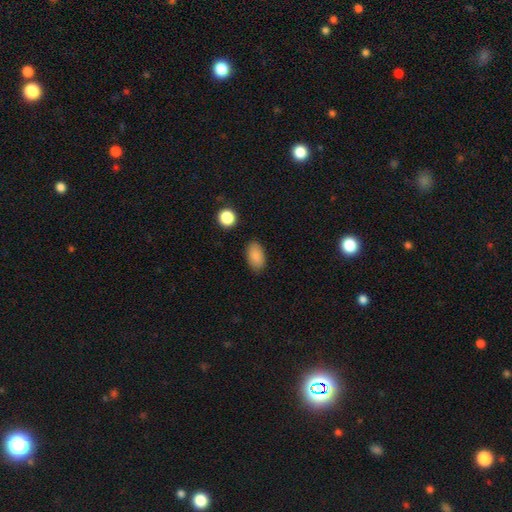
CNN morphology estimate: The model was most divided on "merging": none: 85%, minor disturbance: 11%, major disturbance: 3%, merger: 2%. More confident: how rounded — in between (93%); smooth or featured — smooth (87%).